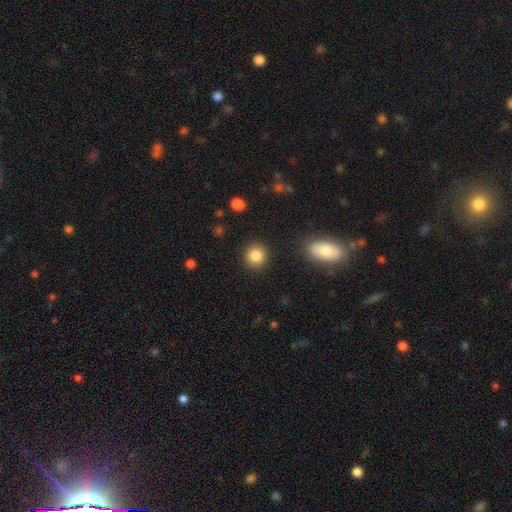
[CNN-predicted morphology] A smooth galaxy with no disk features (86%) that is round (91%). Merging: none (90%).